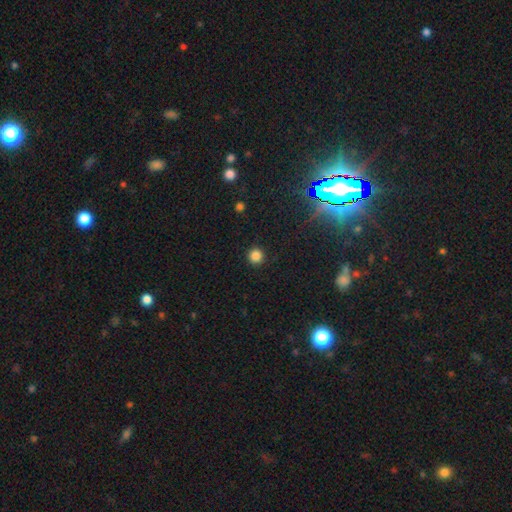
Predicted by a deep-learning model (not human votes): Smooth or featured? smooth (83%)
How rounded? round (95%)
Merging? none (91%)